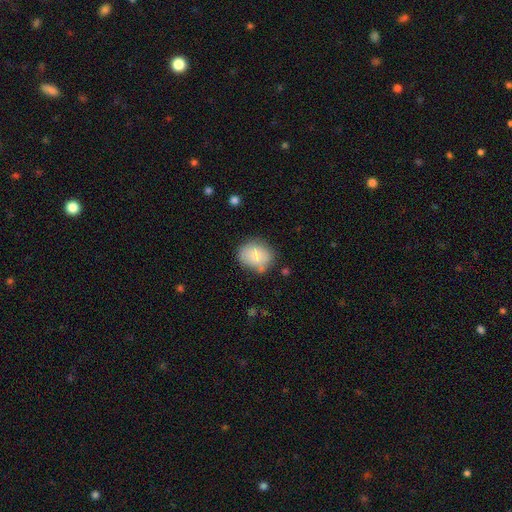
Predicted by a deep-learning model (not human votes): Smooth or featured? smooth (79%)
How rounded? round (59%)
Merging? none (67%)